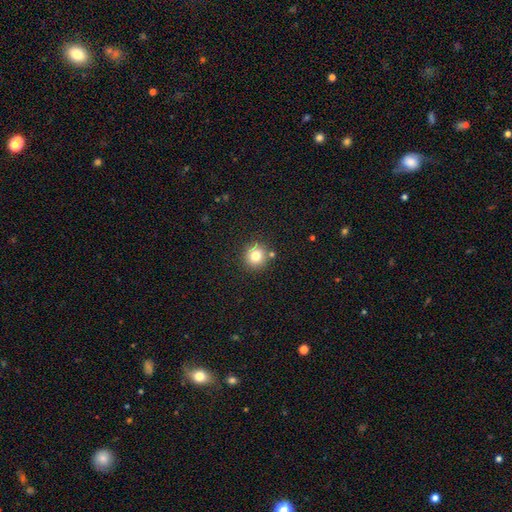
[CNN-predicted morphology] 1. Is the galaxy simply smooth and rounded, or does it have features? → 79% smooth, 13% star or artifact, 8% featured or disk.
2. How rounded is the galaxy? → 93% round, 6% in between, 1% cigar-shaped.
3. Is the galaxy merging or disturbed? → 83% none, 8% minor disturbance, 7% merger, 2% major disturbance.